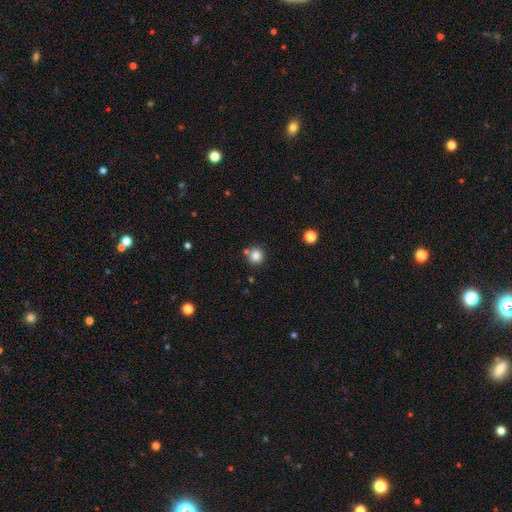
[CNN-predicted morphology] Overall: smooth (83%). How rounded: round (94%). Merging: none (76%).